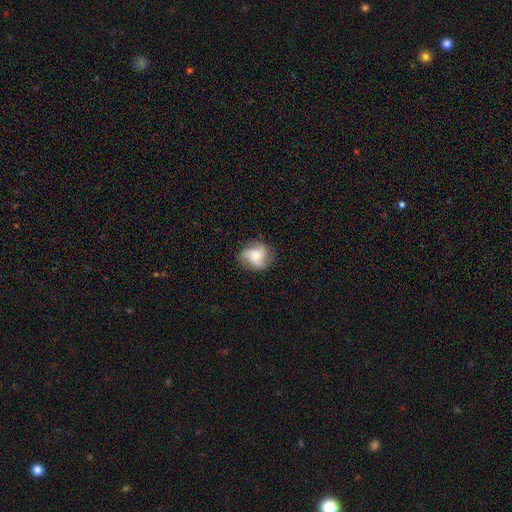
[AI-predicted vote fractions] Smooth or featured: featured or disk — 55% (smooth — 35%)
Edge-on disk: no — 97% (yes — 3%)
Bar: no — 69% (weak — 25%)
Spiral arms: yes — 91% (no — 9%)
Bulge size: moderate — 31% (large — 27%)
Merging: none — 73% (minor disturbance — 17%)